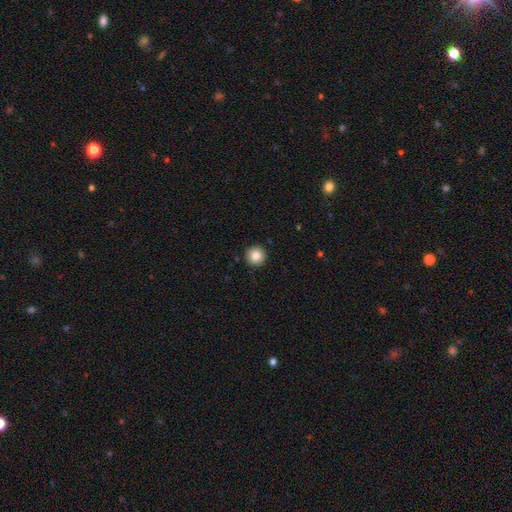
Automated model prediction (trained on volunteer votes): A smooth galaxy with no disk features (85%) that is round (96%).

Vote fractions:
- Smooth or featured? smooth: 85% / star or artifact: 9% / featured or disk: 6%
- How rounded? round: 96% / in between: 3% / cigar-shaped: 1%
- Merging? none: 92% / minor disturbance: 5% / major disturbance: 2% / merger: 1%